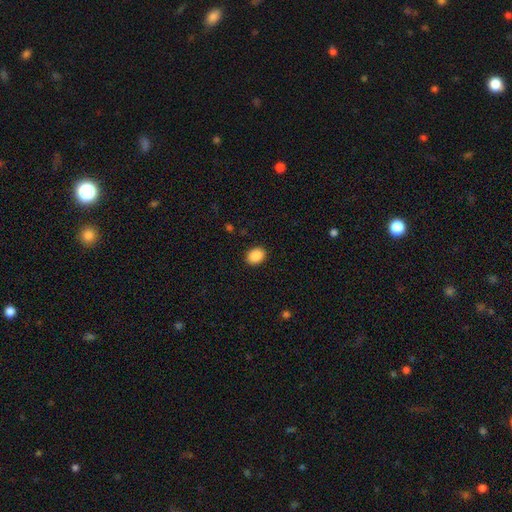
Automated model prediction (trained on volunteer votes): A smooth galaxy with no disk features (90%) that is in between round and cigar-shaped (62%).

Vote fractions:
- Smooth or featured? smooth: 90% / star or artifact: 8% / featured or disk: 3%
- How rounded? in between: 62% / round: 37% / cigar-shaped: 1%
- Merging? none: 90% / minor disturbance: 7% / major disturbance: 2% / merger: 1%